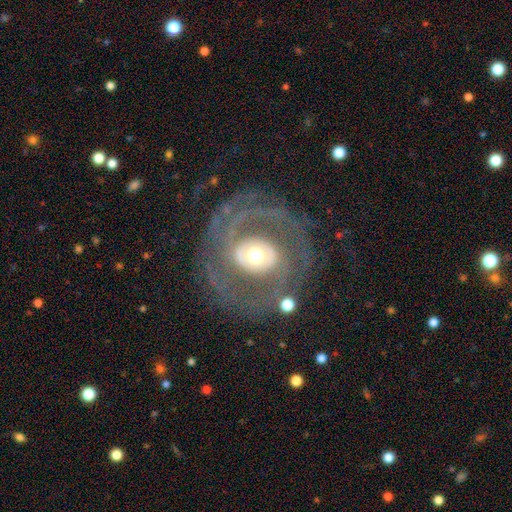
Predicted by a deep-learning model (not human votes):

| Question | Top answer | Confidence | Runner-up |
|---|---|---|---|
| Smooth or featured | featured or disk | 78% | smooth (15%) |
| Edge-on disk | no | 96% | yes (4%) |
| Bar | no | 74% | weak (18%) |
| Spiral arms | yes | 70% | no (30%) |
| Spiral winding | tight | 45% | medium (35%) |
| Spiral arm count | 2 | 43% | can't tell (26%) |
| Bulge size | moderate | 60% | large (25%) |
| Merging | none | 70% | major disturbance (14%) |